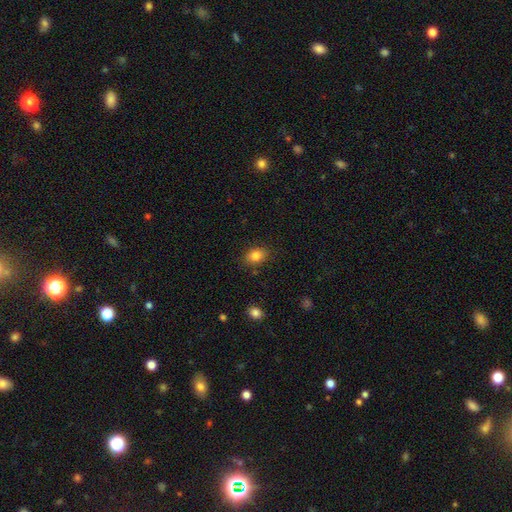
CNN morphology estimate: smooth 83%, star or artifact 10%, featured or disk 7%. Down the decision tree: how rounded — in between (71%); merging — none (84%).